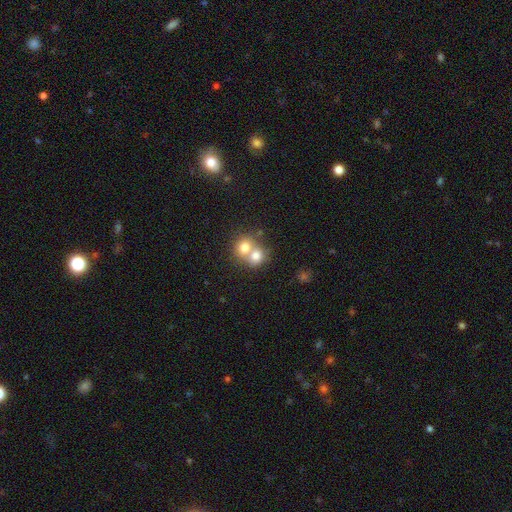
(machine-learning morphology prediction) Smooth or featured: smooth — 73% (featured or disk — 17%)
How rounded: round — 72% (in between — 27%)
Merging: merger — 70% (none — 24%)